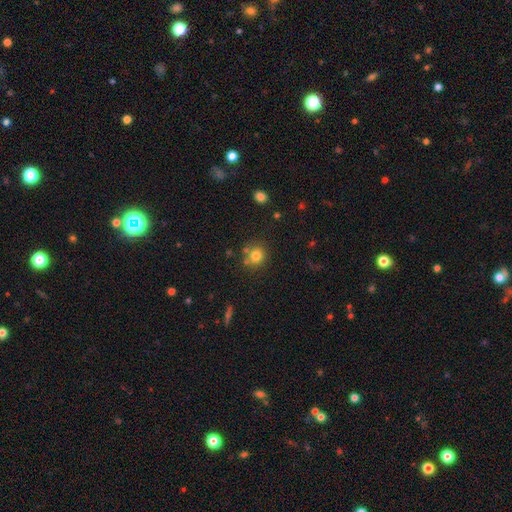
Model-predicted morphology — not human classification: A smooth galaxy with no disk features (78%) that is round (86%).

Vote fractions:
- Smooth or featured? smooth: 78% / star or artifact: 13% / featured or disk: 8%
- How rounded? round: 86% / in between: 13% / cigar-shaped: 1%
- Merging? none: 71% / merger: 13% / minor disturbance: 12% / major disturbance: 4%